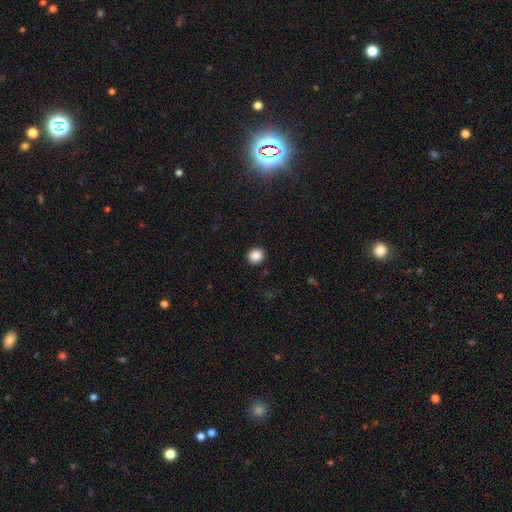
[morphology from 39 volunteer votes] smooth_or_featured: smooth (p=0.90) [alt: star or artifact p=0.08]
how_rounded: round (p=0.91) [alt: in between p=0.09]
merging: none (p=0.94) [alt: minor disturbance p=0.06]